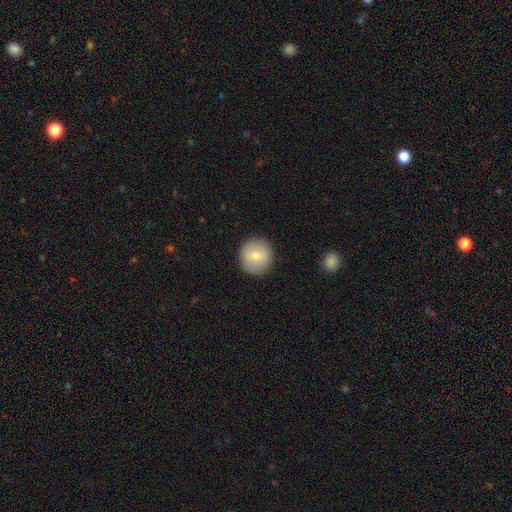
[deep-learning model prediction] Q: Smooth or featured?
A: smooth (73%); runner-up: featured or disk (19%)
Q: How rounded?
A: round (93%); runner-up: in between (6%)
Q: Merging?
A: none (90%); runner-up: minor disturbance (7%)